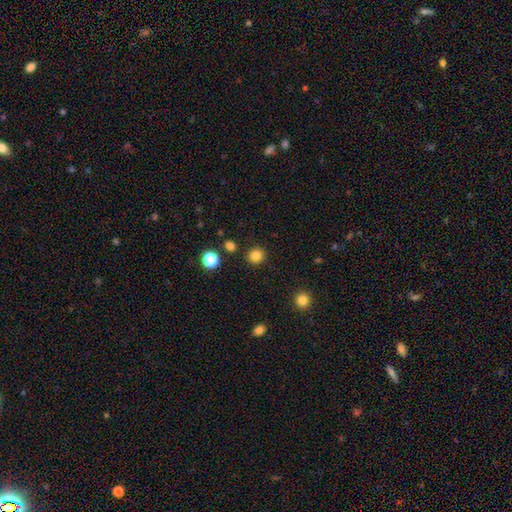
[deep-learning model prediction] smooth 84%, star or artifact 13%, featured or disk 4%. Down the decision tree: how rounded — round (88%); merging — none (89%).